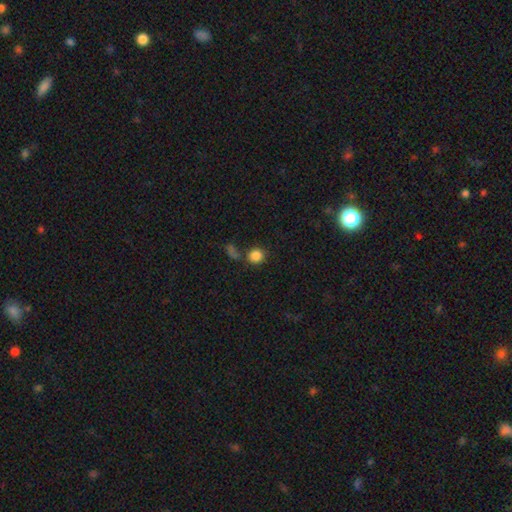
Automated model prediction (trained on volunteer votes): smooth 84%, star or artifact 11%, featured or disk 5%. Down the decision tree: how rounded — round (89%); merging — none (69%).